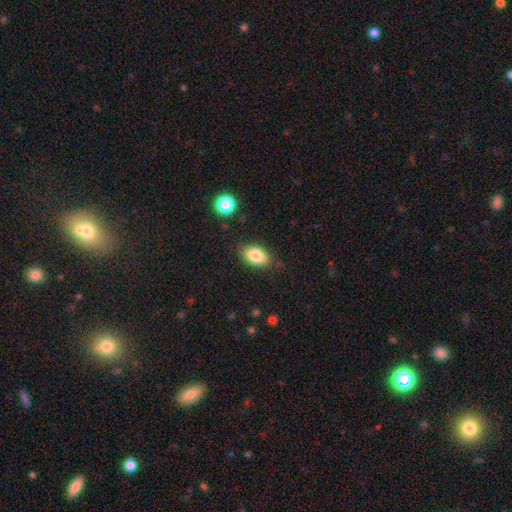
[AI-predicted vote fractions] Smooth or featured? Predicted: smooth (p=0.84). How rounded? Predicted: in between (p=0.91). Merging? Predicted: none (p=0.82).